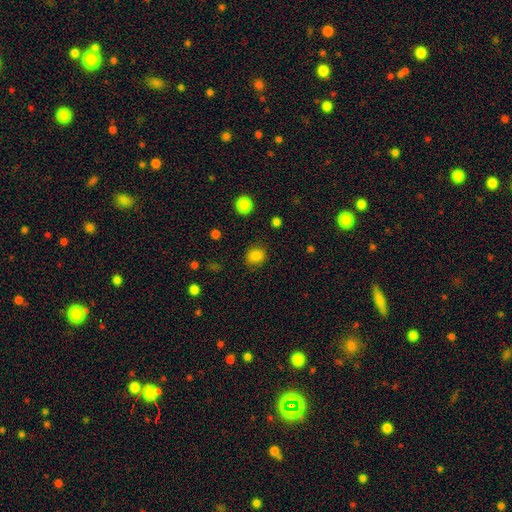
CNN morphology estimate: Smooth or featured?
  - smooth: 84% *
  - star or artifact: 12%
  - featured or disk: 4%
How rounded?
  - round: 72% *
  - in between: 27%
  - cigar-shaped: 1%
Merging?
  - none: 84% *
  - minor disturbance: 11%
  - major disturbance: 4%
  - merger: 1%